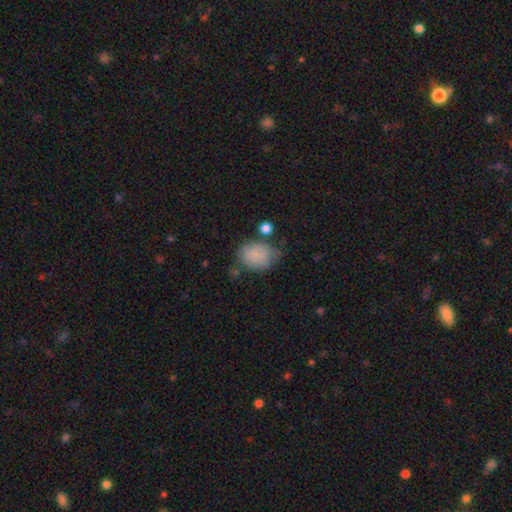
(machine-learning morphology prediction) This appears to be a smooth galaxy with no disk features (82%) that is in between round and cigar-shaped (55%). Merging: none (59%).